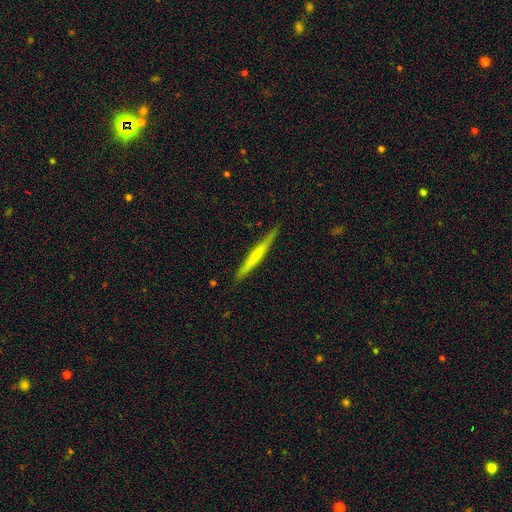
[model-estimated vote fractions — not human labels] Smooth or featured: featured or disk — 49% (smooth — 46%)
Merging: none — 89% (minor disturbance — 8%)